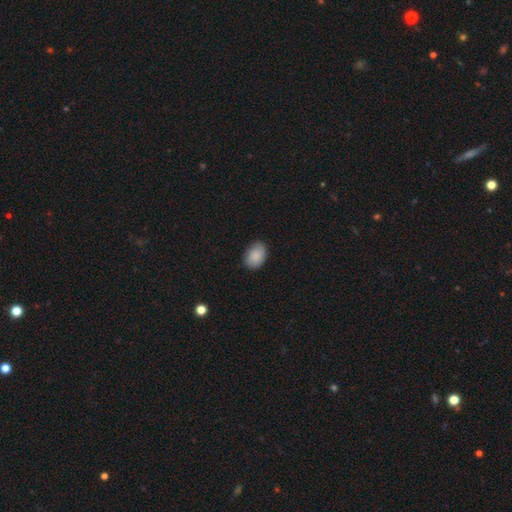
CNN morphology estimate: Smooth or featured?
  - smooth: 88% *
  - star or artifact: 7%
  - featured or disk: 5%
How rounded?
  - in between: 81% *
  - round: 18%
  - cigar-shaped: 1%
Merging?
  - none: 80% *
  - minor disturbance: 16%
  - major disturbance: 3%
  - merger: 1%